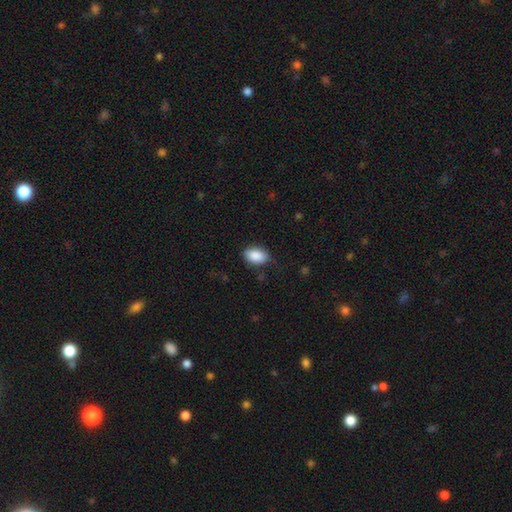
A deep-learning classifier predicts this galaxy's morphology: type=smooth (89%); roundness=in between (90%); merging=none (79%).